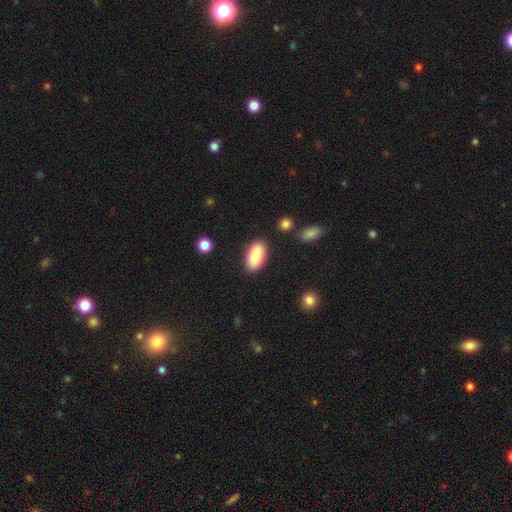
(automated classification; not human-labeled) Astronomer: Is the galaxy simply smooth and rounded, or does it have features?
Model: smooth — 86%.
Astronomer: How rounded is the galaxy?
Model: in between — 94%.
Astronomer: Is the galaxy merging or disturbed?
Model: none — 86%.